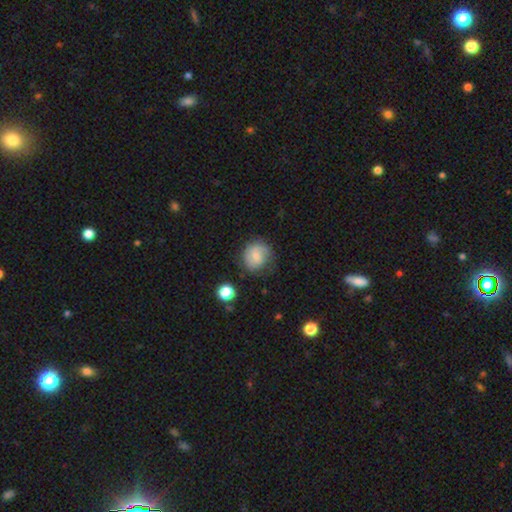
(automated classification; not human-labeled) Smooth or featured: smooth — 49% (featured or disk — 42%)
Merging: none — 68% (minor disturbance — 22%)